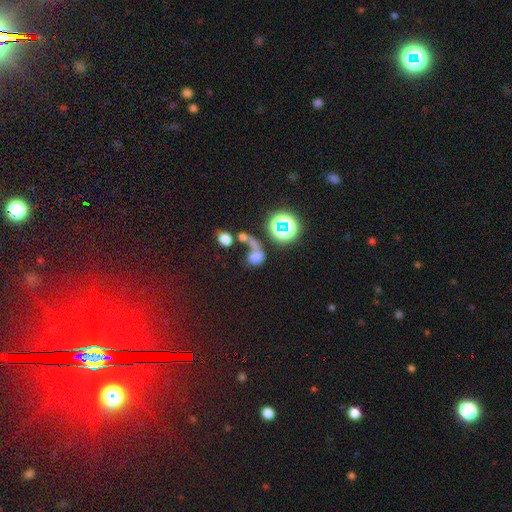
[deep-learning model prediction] Overall: smooth (51%; star or artifact 26%). How rounded: round (51%; in between 45%). Merging: merger (40%; major disturbance 26%).